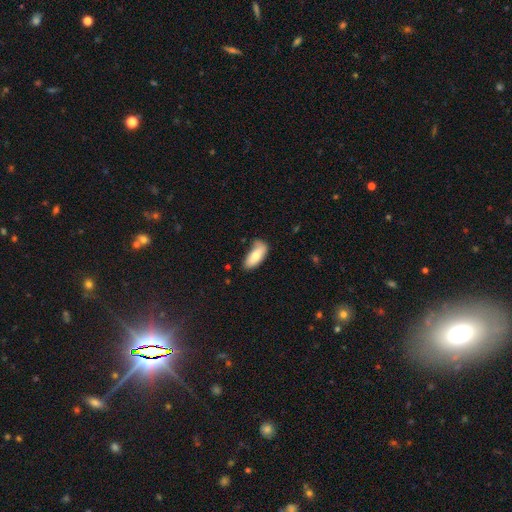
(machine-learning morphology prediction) Overall: smooth (78%). How rounded: in between (81%). Merging: none (58%; minor disturbance 31%).